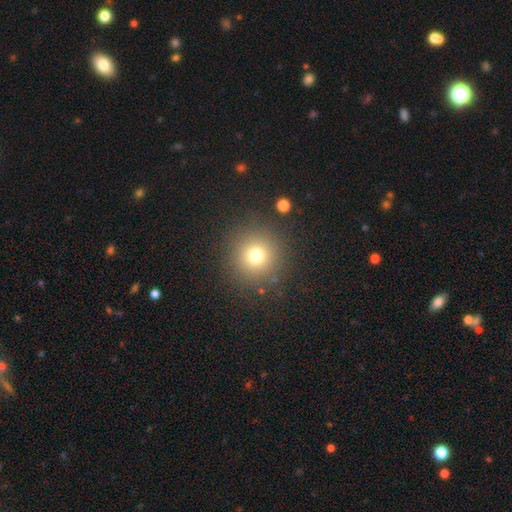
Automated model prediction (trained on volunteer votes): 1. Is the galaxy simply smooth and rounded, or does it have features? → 74% smooth, 17% star or artifact, 10% featured or disk.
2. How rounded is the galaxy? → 95% round, 4% in between, 1% cigar-shaped.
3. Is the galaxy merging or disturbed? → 87% none, 7% minor disturbance, 4% major disturbance, 2% merger.